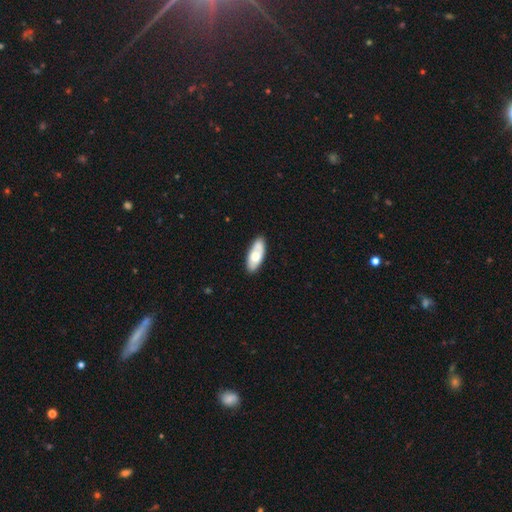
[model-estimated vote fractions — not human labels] Smooth or featured: smooth — 63% (featured or disk — 31%)
How rounded: in between — 82% (cigar-shaped — 16%)
Merging: none — 84% (minor disturbance — 12%)